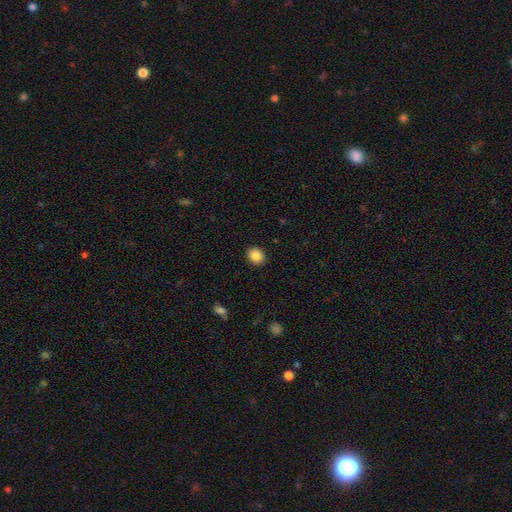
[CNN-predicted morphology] Smooth or featured: smooth — 88% (star or artifact — 9%)
How rounded: round — 60% (in between — 39%)
Merging: none — 91% (minor disturbance — 6%)